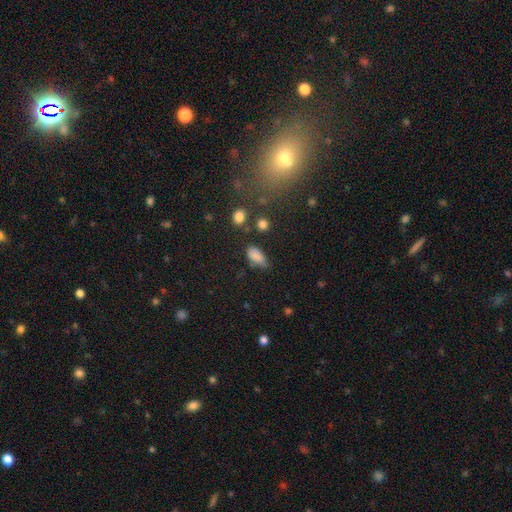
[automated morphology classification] Smooth or featured? Predicted: smooth (p=0.82). How rounded? Predicted: in between (p=0.87). Merging? Predicted: none (p=0.46).